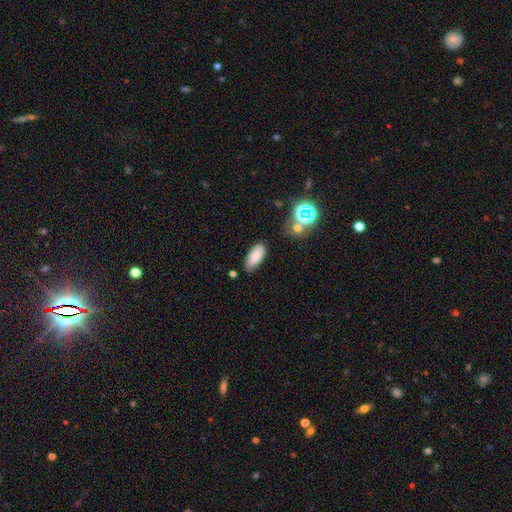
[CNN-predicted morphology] smooth_or_featured: smooth (p=0.81) [alt: star or artifact p=0.10]
how_rounded: in between (p=0.89) [alt: cigar-shaped p=0.09]
merging: none (p=0.75) [alt: minor disturbance p=0.18]